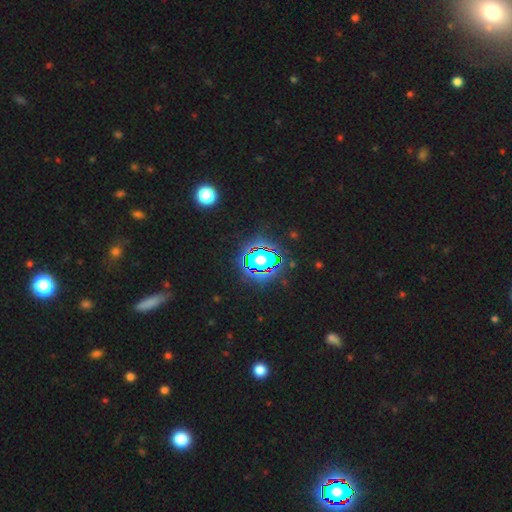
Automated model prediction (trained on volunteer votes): Smooth or featured? star or artifact (73%)